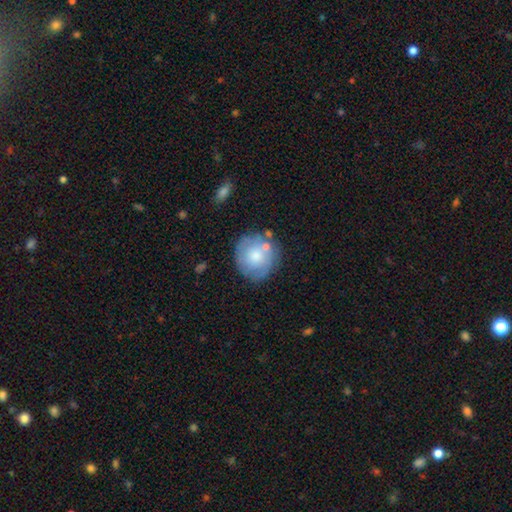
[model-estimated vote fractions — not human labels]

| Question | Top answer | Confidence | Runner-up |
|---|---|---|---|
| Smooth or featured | smooth | 65% | featured or disk (28%) |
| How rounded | round | 84% | in between (15%) |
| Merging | none | 67% | minor disturbance (18%) |